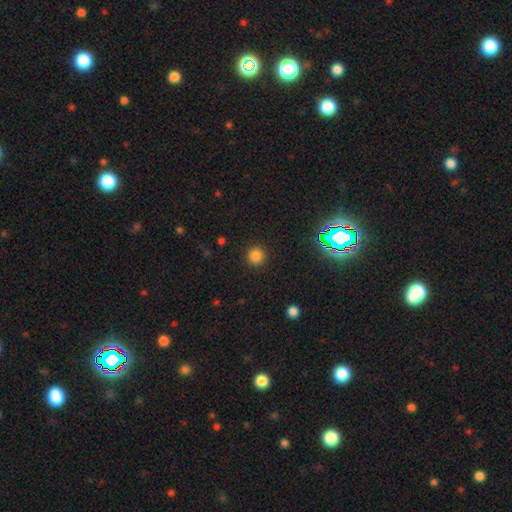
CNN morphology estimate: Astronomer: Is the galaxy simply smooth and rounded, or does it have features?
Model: smooth — 80%.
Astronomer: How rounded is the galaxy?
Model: round — 95%.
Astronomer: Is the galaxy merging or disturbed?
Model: none — 91%.